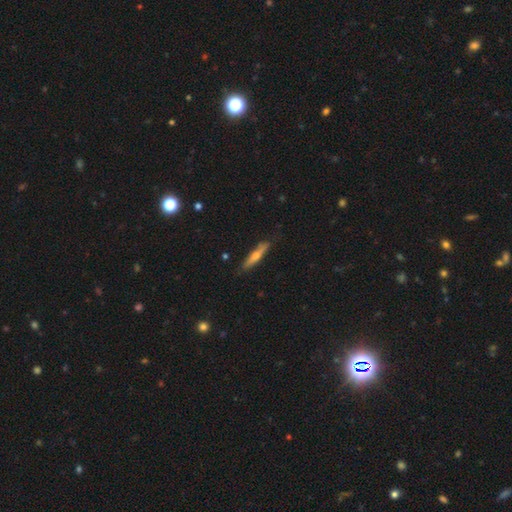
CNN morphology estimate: smooth-or-featured: featured or disk: 49% | smooth: 44% | star or artifact: 7%
  merging: none: 85% | minor disturbance: 12% | major disturbance: 2% | merger: 1%